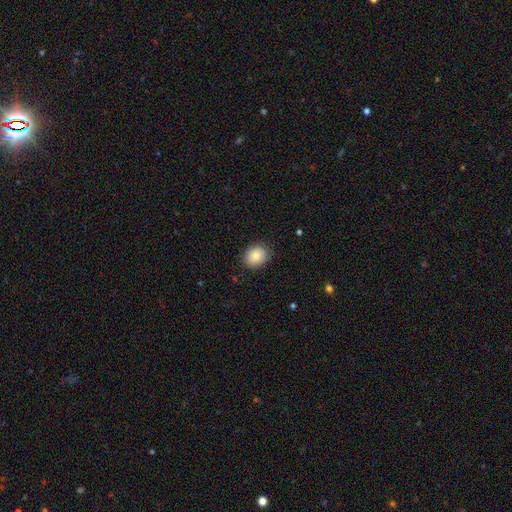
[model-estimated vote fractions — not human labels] Smooth or featured?
  - smooth: 81% *
  - featured or disk: 10%
  - star or artifact: 9%
How rounded?
  - round: 69% *
  - in between: 30%
  - cigar-shaped: 1%
Merging?
  - none: 85% *
  - minor disturbance: 11%
  - major disturbance: 3%
  - merger: 1%